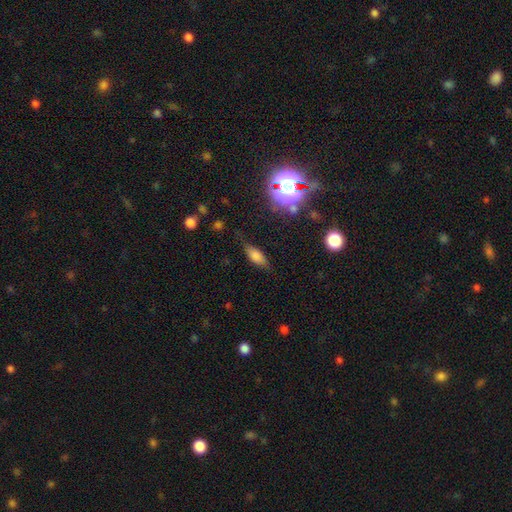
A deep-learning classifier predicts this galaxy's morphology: type=smooth (70%); roundness=in between (73%); merging=none (71%).